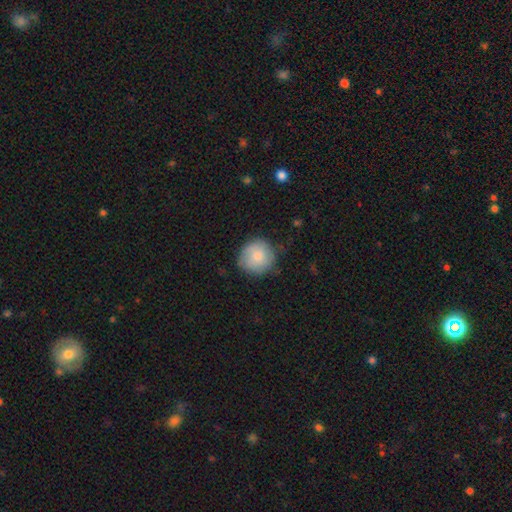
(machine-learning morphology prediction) smooth 77%, featured or disk 15%, star or artifact 8%. Down the decision tree: how rounded — round (92%); merging — none (78%).